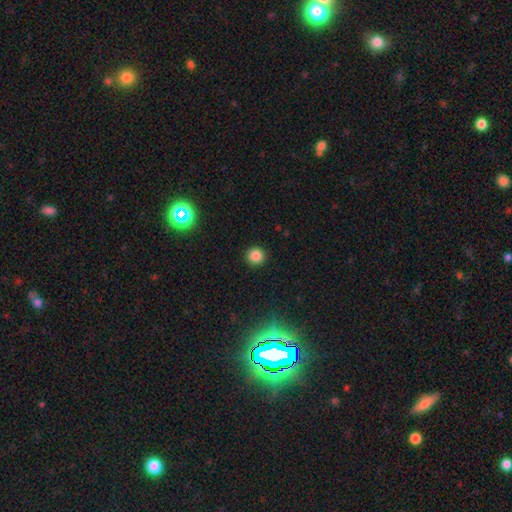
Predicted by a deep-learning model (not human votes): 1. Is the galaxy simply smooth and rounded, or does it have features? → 83% smooth, 13% star or artifact, 4% featured or disk.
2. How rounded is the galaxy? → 93% round, 6% in between, 1% cigar-shaped.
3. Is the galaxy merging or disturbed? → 92% none, 5% minor disturbance, 2% major disturbance, 1% merger.